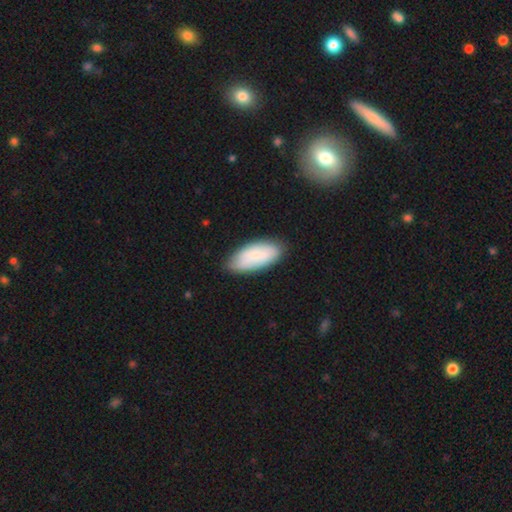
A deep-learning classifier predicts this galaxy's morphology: type=smooth (73%); roundness=in between (89%); merging=none (77%).